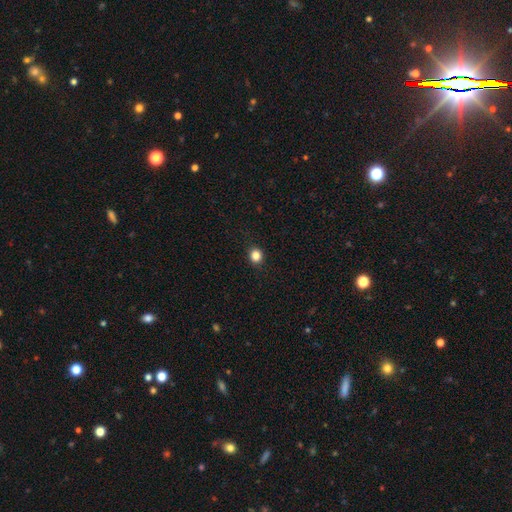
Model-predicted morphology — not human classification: The model was most divided on "how rounded": round: 85%, in between: 14%, cigar-shaped: 1%. More confident: merging — none (92%); smooth or featured — smooth (84%).